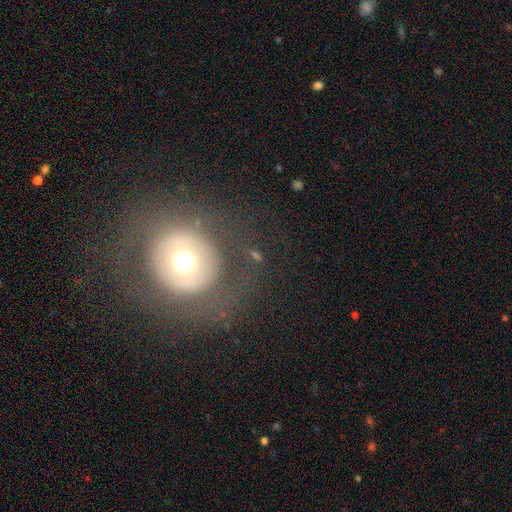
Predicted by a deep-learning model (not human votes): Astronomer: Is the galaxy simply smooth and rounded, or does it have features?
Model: smooth — 50% (runner-up: featured or disk, 34%).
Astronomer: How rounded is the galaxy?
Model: round — 84%.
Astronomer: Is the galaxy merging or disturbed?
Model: none — 66%.